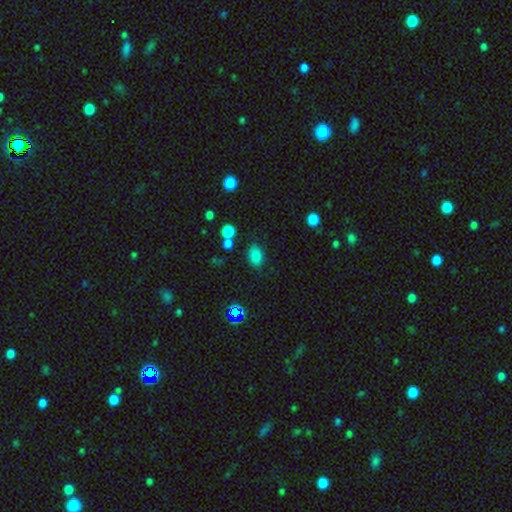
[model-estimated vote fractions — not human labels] smooth 80%, star or artifact 14%, featured or disk 6%. Down the decision tree: how rounded — in between (79%); merging — none (76%).